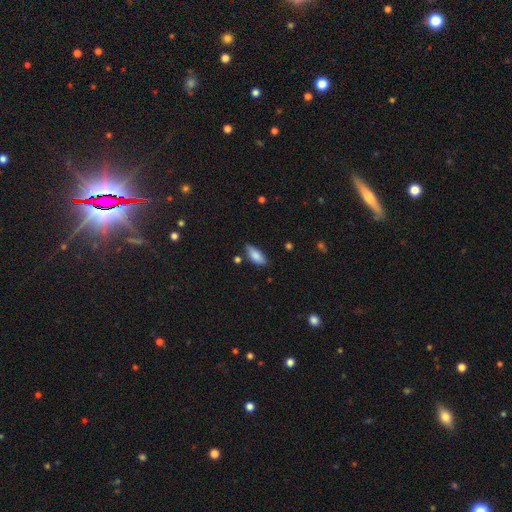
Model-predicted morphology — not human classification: smooth 83%, featured or disk 10%, star or artifact 7%. Down the decision tree: how rounded — in between (82%); merging — none (75%).